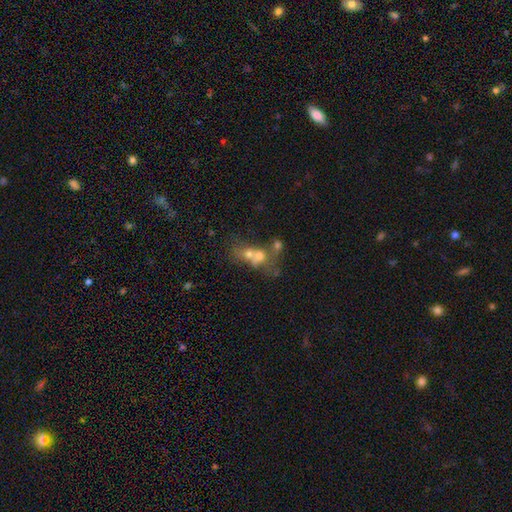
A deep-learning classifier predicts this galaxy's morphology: type=smooth (53%); roundness=round (57%); merging=merger (70%).